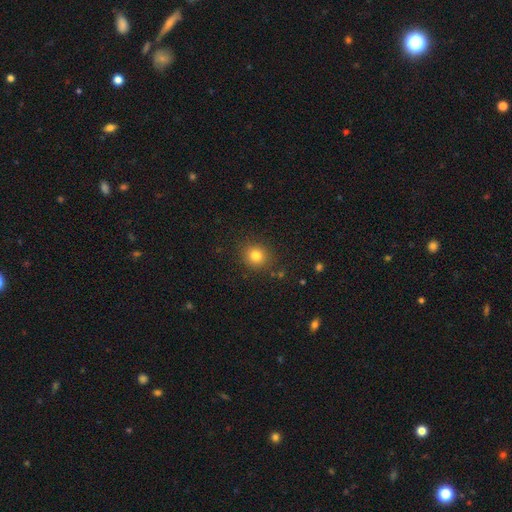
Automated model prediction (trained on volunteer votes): Morphology: type=smooth (80%); roundness=round (84%); merging=none (88%).